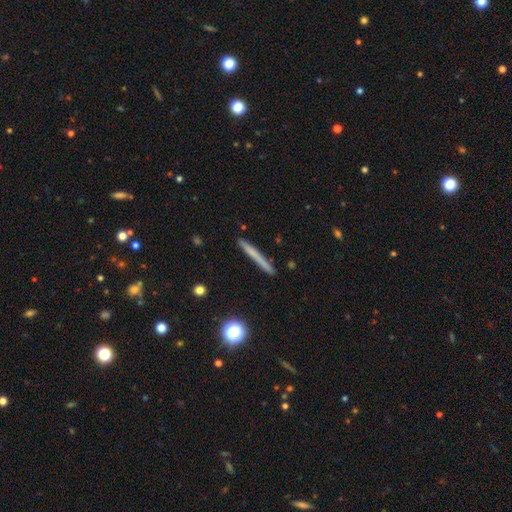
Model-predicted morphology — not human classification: The model was most divided on "smooth or featured": smooth: 58%, featured or disk: 34%, star or artifact: 8%. More confident: how rounded — cigar-shaped (96%); merging — none (90%).